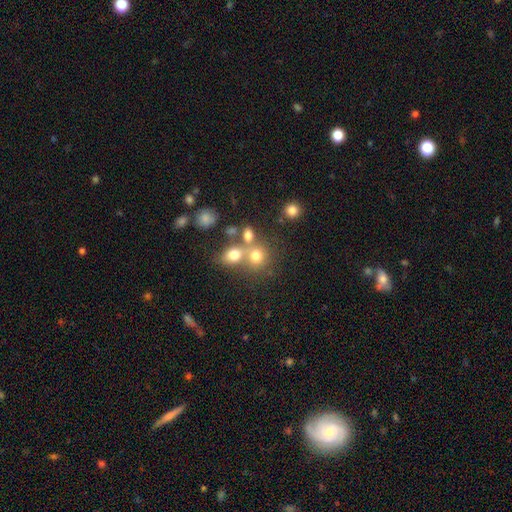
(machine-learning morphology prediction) smooth 72%, star or artifact 15%, featured or disk 13%. Down the decision tree: how rounded — round (74%); merging — none (44%).